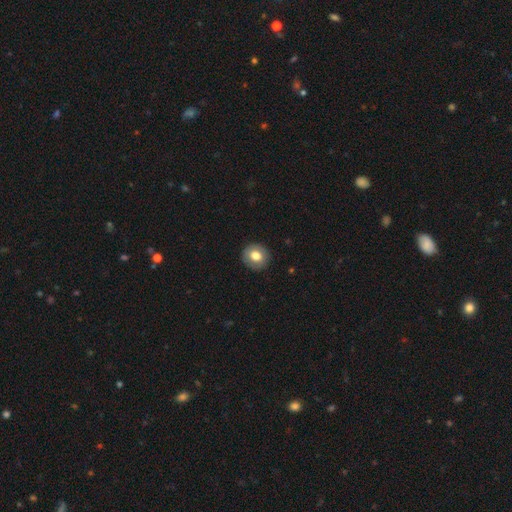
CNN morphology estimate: A smooth galaxy with no disk features (75%) that is round (85%). Merging: none (90%).